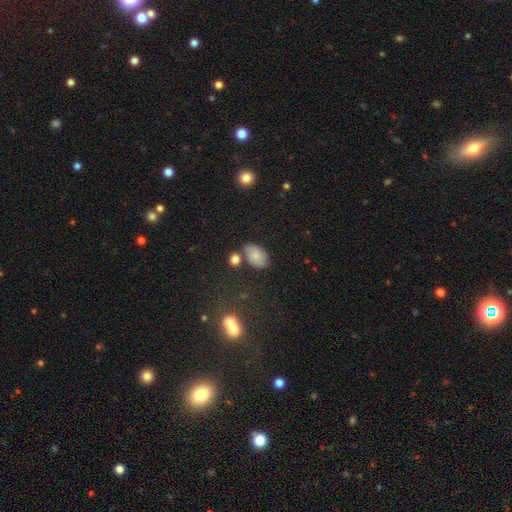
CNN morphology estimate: type=smooth (73%); roundness=in between (88%); merging=none (60%).